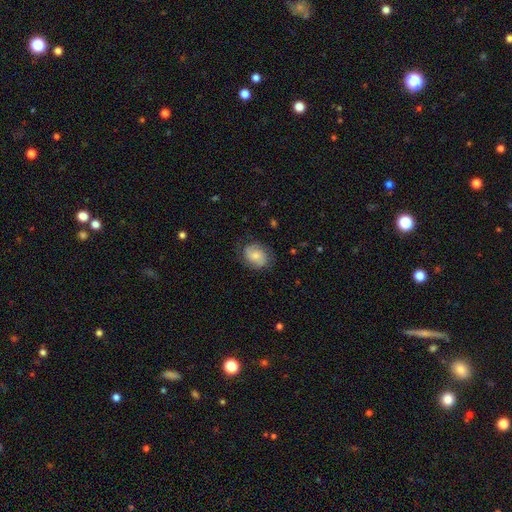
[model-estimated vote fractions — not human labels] Smooth or featured? Predicted: smooth (p=0.57). How rounded? Predicted: in between (p=0.56). Merging? Predicted: none (p=0.72).